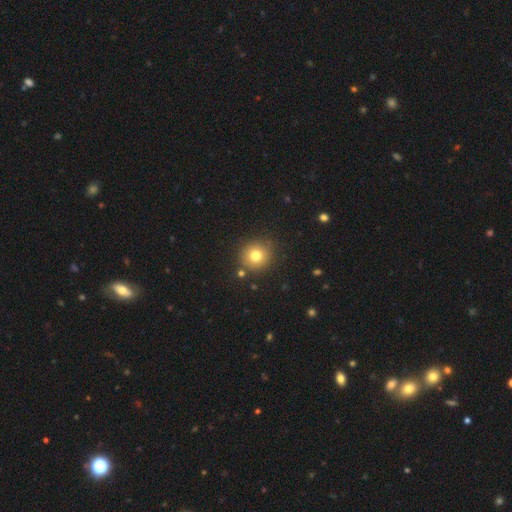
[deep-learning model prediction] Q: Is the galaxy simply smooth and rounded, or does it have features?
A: smooth — 77%.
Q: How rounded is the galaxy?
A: round — 91%.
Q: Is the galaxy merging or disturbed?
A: none — 86%.